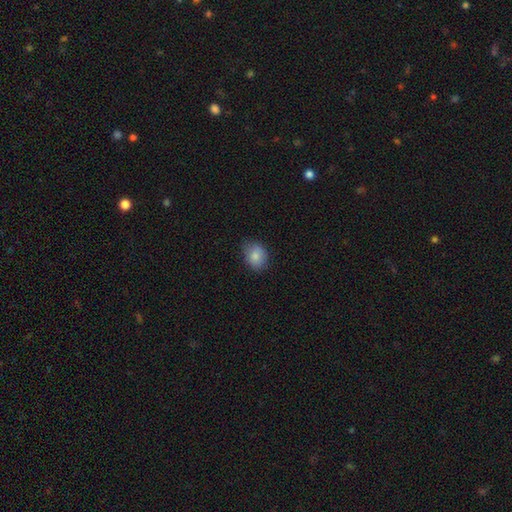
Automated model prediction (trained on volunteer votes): A smooth galaxy with no disk features (84%) that is in between round and cigar-shaped (53%).

Vote fractions:
- Smooth or featured? smooth: 84% / star or artifact: 8% / featured or disk: 8%
- How rounded? in between: 53% / round: 46% / cigar-shaped: 1%
- Merging? none: 74% / minor disturbance: 21% / major disturbance: 4% / merger: 1%